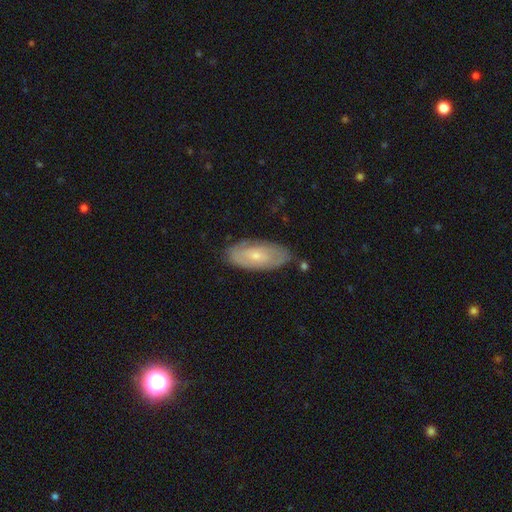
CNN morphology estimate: smooth-or-featured: featured or disk: 52% | smooth: 42% | star or artifact: 6%
  disk-edge-on: no: 88% | yes: 12%
  merging: none: 75% | minor disturbance: 18% | major disturbance: 4% | merger: 2%